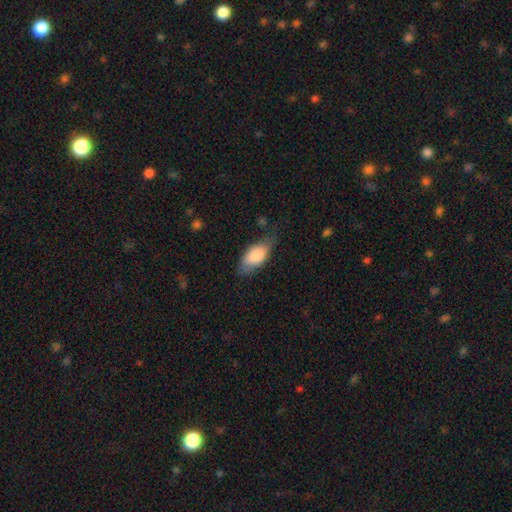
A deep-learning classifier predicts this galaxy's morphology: Smooth or featured? Predicted: smooth (p=0.81). How rounded? Predicted: in between (p=0.90). Merging? Predicted: none (p=0.52).